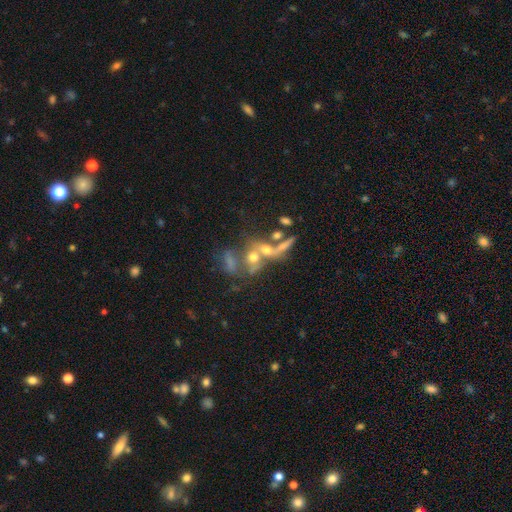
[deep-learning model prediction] smooth_or_featured: featured or disk (p=0.49) [alt: smooth p=0.28]
merging: merger (p=0.51) [alt: none p=0.24]